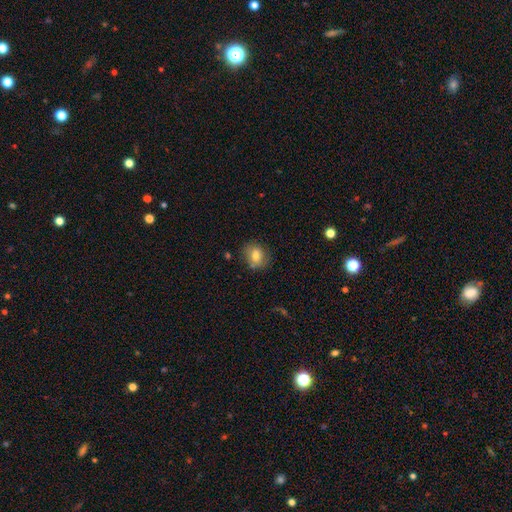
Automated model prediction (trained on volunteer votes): Smooth or featured? smooth (74%)
How rounded? round (58%)
Merging? none (73%)